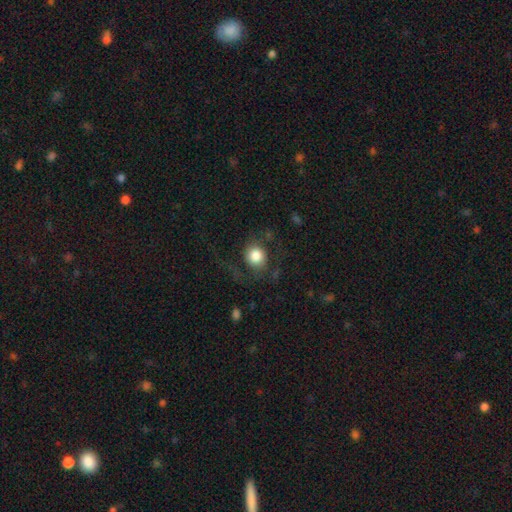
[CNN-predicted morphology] Smooth or featured? smooth (69%)
How rounded? round (85%)
Merging? none (62%)